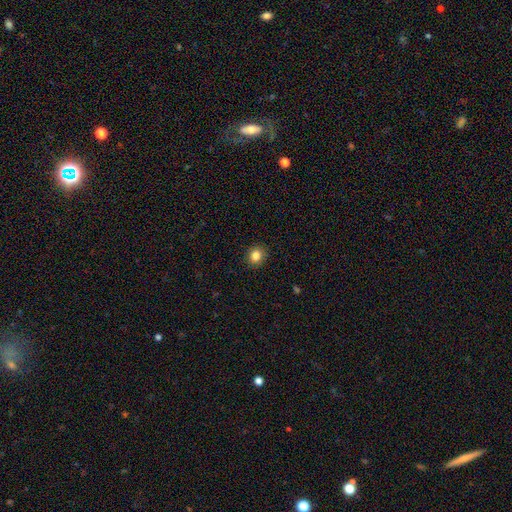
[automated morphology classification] smooth_or_featured: smooth (p=0.85) [alt: star or artifact p=0.10]
how_rounded: round (p=0.80) [alt: in between p=0.20]
merging: none (p=0.90) [alt: minor disturbance p=0.07]